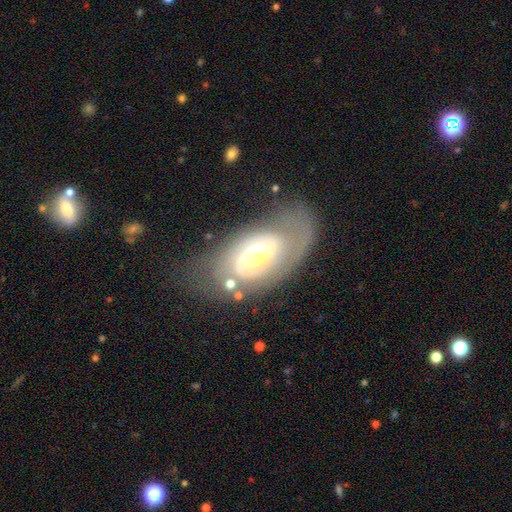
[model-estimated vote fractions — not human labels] smooth-or-featured: featured or disk: 84% | smooth: 11% | star or artifact: 6%
  disk-edge-on: no: 95% | yes: 5%
    bar: weak: 45% | no: 42% | strong: 13%
    has-spiral-arms: yes: 94% | no: 6%
      spiral-winding: tight: 59% | medium: 32% | loose: 9%
      spiral-arm-count: 2: 61% | can't tell: 20% | 3: 8% | 1: 7% | 4: 2% | more than 4: 2%
    bulge-size: moderate: 58% | small: 29% | large: 10% | none: 2% | dominant: 1%
  merging: none: 60% | minor disturbance: 21% | major disturbance: 15% | merger: 4%